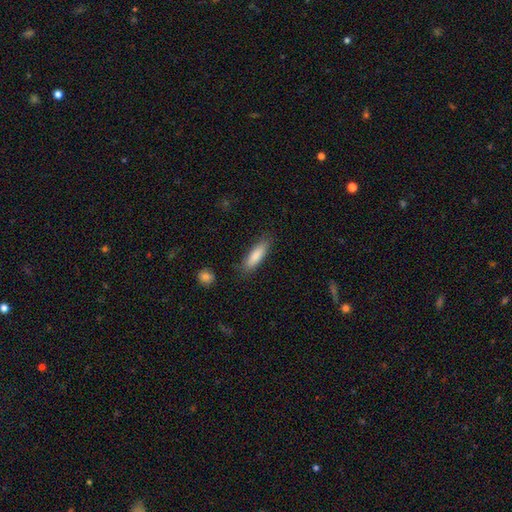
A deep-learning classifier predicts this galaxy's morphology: smooth 85%, featured or disk 9%, star or artifact 6%. Down the decision tree: how rounded — cigar-shaped (58%); merging — none (84%).